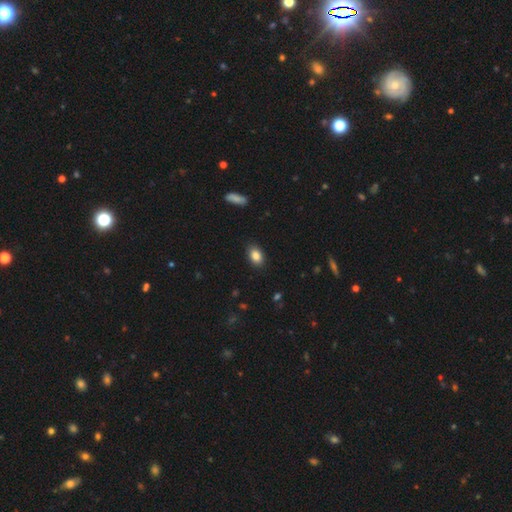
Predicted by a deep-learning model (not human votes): A smooth galaxy with no disk features (87%) that is in between round and cigar-shaped (86%). Merging: none (87%).